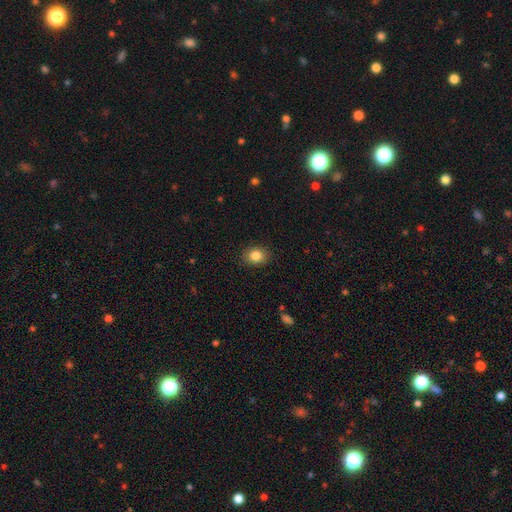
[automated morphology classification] Smooth or featured? Predicted: smooth (p=0.85). How rounded? Predicted: round (p=0.55). Merging? Predicted: none (p=0.89).